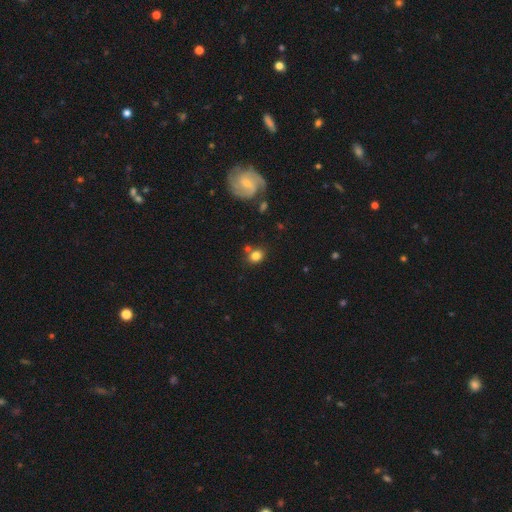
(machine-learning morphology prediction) Smooth or featured? smooth (79%)
How rounded? round (58%)
Merging? none (66%)